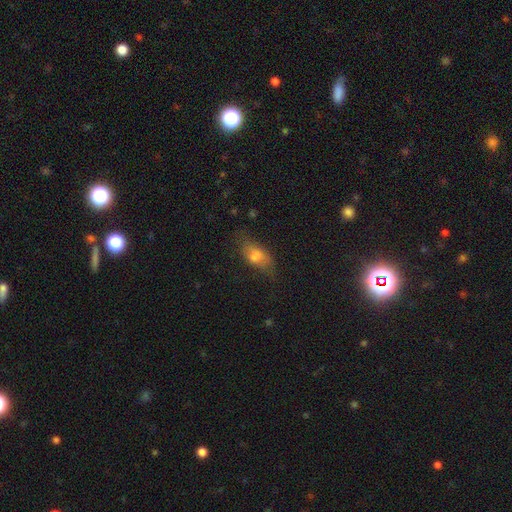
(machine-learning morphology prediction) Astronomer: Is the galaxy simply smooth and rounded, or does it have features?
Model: smooth — 65%.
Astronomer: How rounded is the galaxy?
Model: in between — 79%.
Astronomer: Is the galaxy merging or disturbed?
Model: none — 54%.